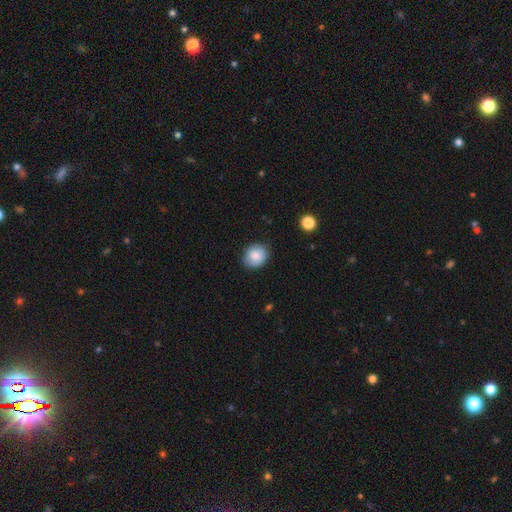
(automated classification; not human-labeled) Overall: smooth (83%). How rounded: round (68%; in between 31%). Merging: none (81%).